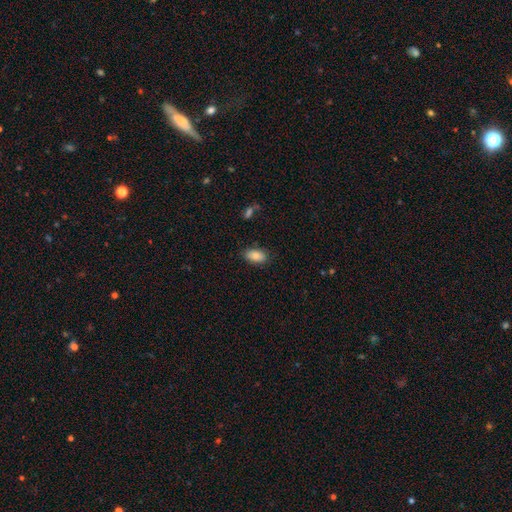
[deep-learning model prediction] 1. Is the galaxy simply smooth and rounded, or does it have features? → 84% smooth, 8% featured or disk, 7% star or artifact.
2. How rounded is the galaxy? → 93% in between, 4% round, 3% cigar-shaped.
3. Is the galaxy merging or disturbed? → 83% none, 13% minor disturbance, 3% major disturbance, 1% merger.